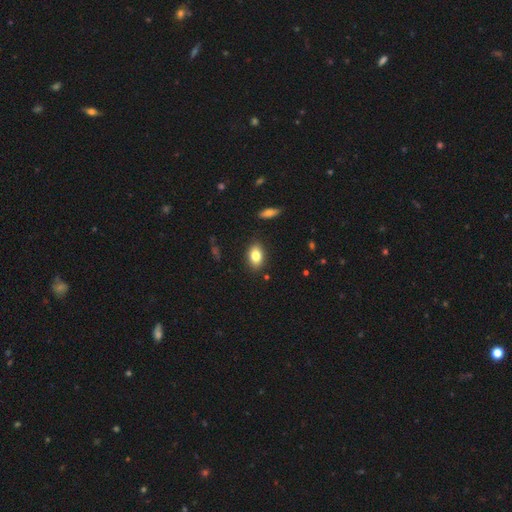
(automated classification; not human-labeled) Overall: smooth (81%). How rounded: in between (86%). Merging: none (87%).